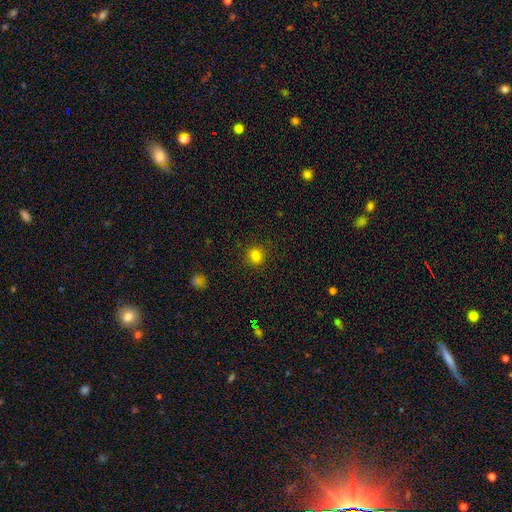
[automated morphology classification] type=smooth (83%); roundness=round (89%); merging=none (90%).